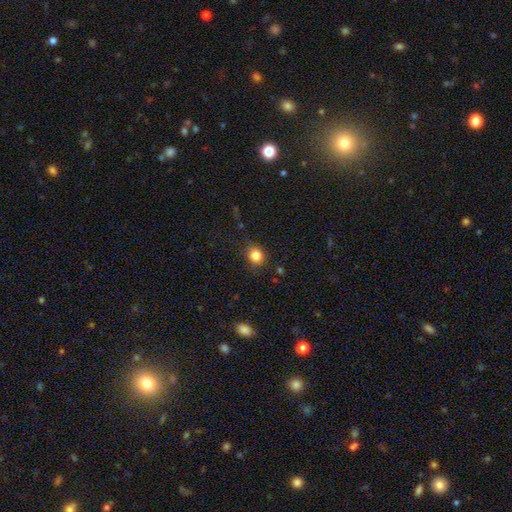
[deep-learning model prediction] This appears to be a smooth galaxy with no disk features (84%) that is round (78%). Merging: none (84%).